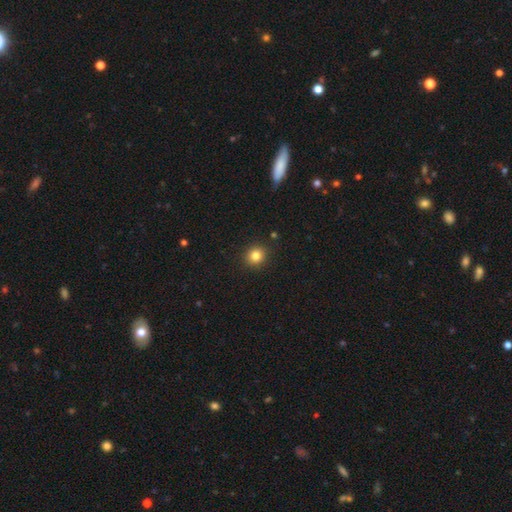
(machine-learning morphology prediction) Smooth or featured? Predicted: smooth (p=0.83). How rounded? Predicted: round (p=0.88). Merging? Predicted: none (p=0.91).